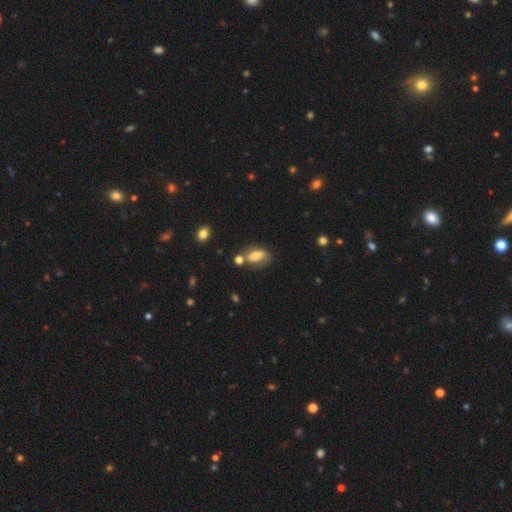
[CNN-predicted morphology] Smooth or featured? smooth (67%)
How rounded? in between (82%)
Merging? none (55%)